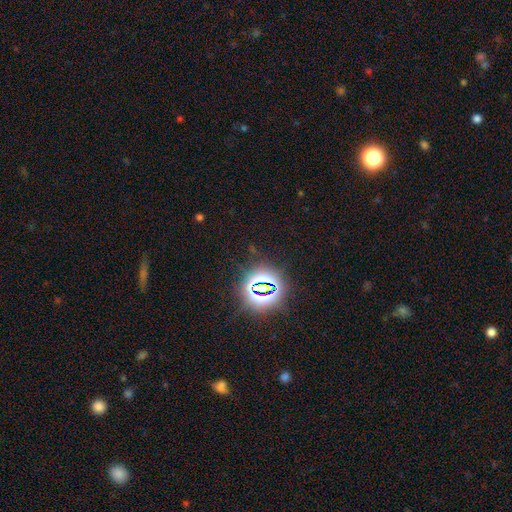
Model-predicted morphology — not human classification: type=star or artifact (77%).